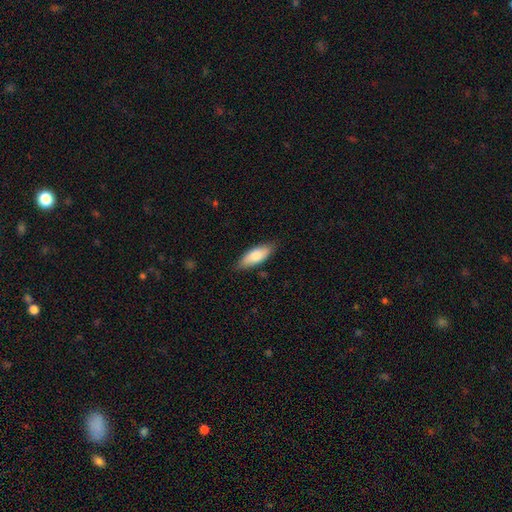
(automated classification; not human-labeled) This is likely a smooth galaxy (80%). How rounded: likely in between (73%). Merging: clearly none (84%).